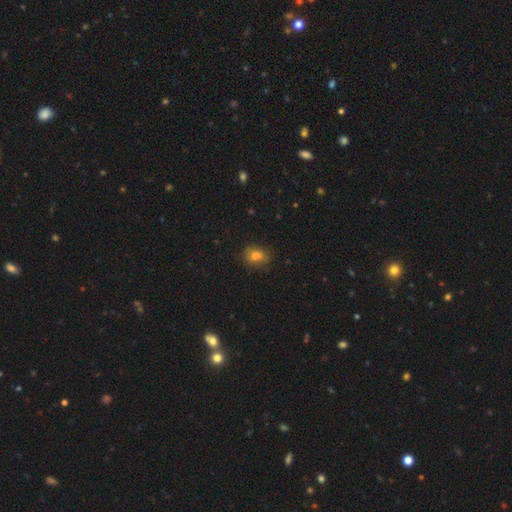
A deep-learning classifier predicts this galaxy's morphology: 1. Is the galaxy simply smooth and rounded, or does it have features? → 80% smooth, 12% star or artifact, 8% featured or disk.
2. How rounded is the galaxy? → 58% in between, 41% round, 1% cigar-shaped.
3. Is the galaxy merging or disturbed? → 73% none, 20% minor disturbance, 6% major disturbance, 2% merger.